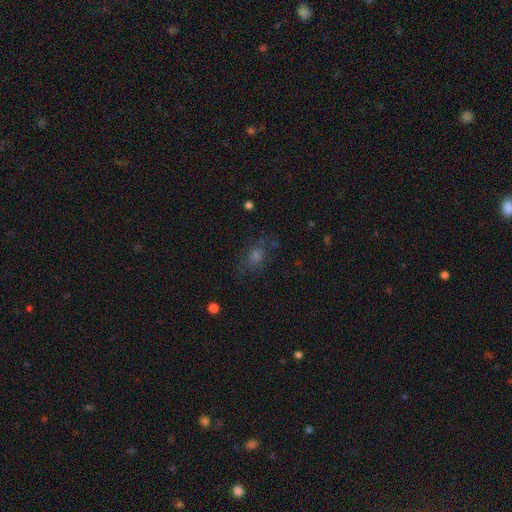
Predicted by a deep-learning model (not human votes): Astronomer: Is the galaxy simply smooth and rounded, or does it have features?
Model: smooth — 50% (runner-up: star or artifact, 32%).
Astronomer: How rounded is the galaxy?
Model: in between — 59% (runner-up: round, 38%).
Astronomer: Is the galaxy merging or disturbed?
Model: none — 73%.